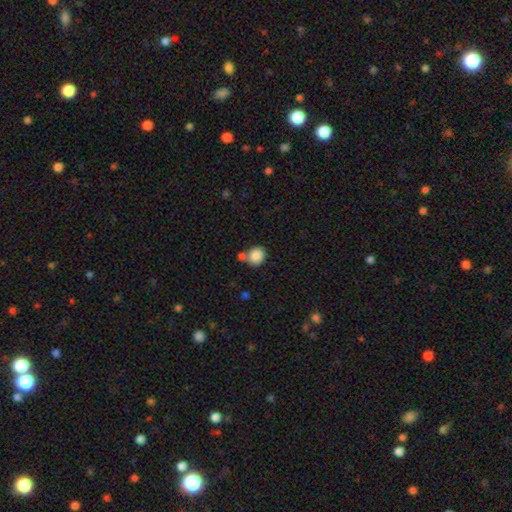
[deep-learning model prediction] Smooth or featured? smooth (87%)
How rounded? round (77%)
Merging? none (62%)